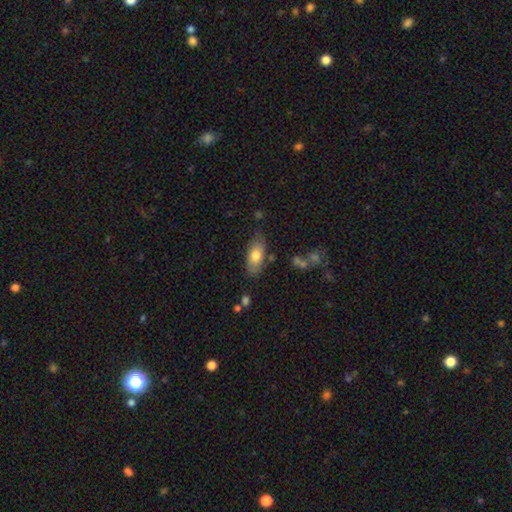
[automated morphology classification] smooth-or-featured: smooth: 75% | featured or disk: 19% | star or artifact: 6%
  how-rounded: in between: 87% | cigar-shaped: 10% | round: 3%
  merging: none: 73% | minor disturbance: 19% | major disturbance: 4% | merger: 4%